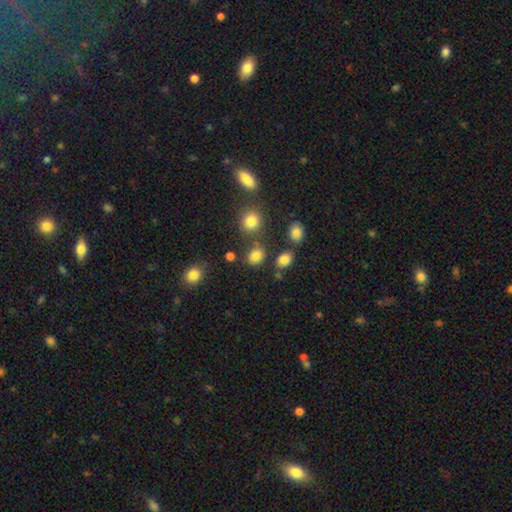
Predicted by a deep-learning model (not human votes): This is clearly a smooth galaxy (81%). How rounded: possibly round (51%). Merging: likely none (73%).